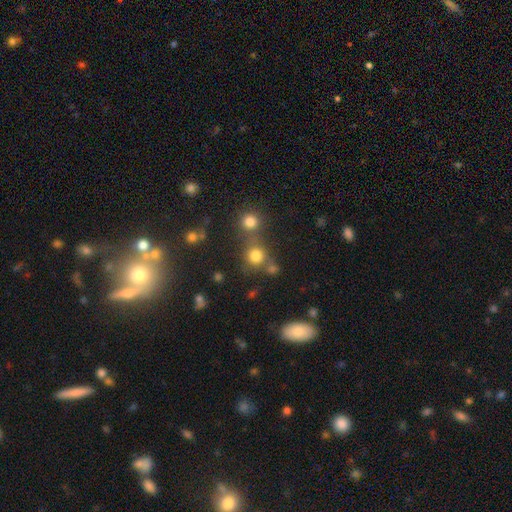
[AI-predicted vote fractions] Morphology: type=smooth (76%); roundness=round (88%); merging=none (57%).